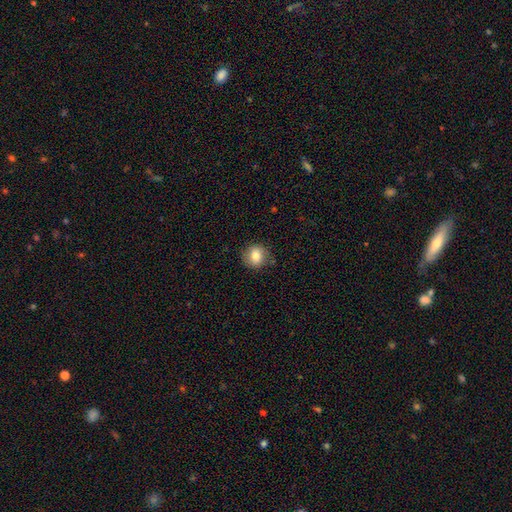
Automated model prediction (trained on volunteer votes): A smooth galaxy with no disk features (80%) that is round (84%). Merging: none (84%).